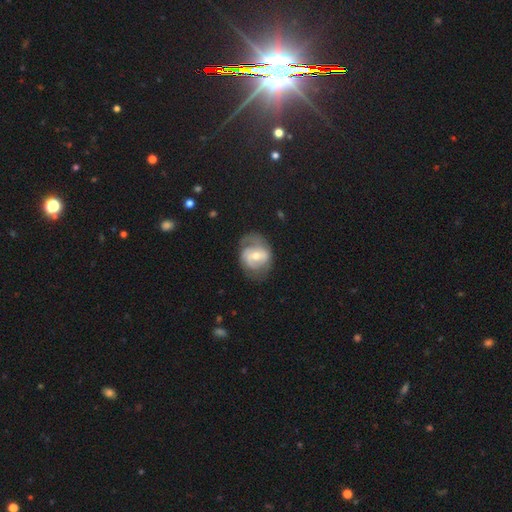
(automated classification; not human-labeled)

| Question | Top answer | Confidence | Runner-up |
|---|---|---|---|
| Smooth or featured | featured or disk | 71% | smooth (23%) |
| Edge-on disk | no | 97% | yes (3%) |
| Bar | weak | 46% | no (30%) |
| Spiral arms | yes | 80% | no (20%) |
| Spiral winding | medium | 42% | tight (38%) |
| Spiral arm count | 2 | 63% | can't tell (21%) |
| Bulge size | moderate | 57% | small (36%) |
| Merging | none | 58% | minor disturbance (23%) |